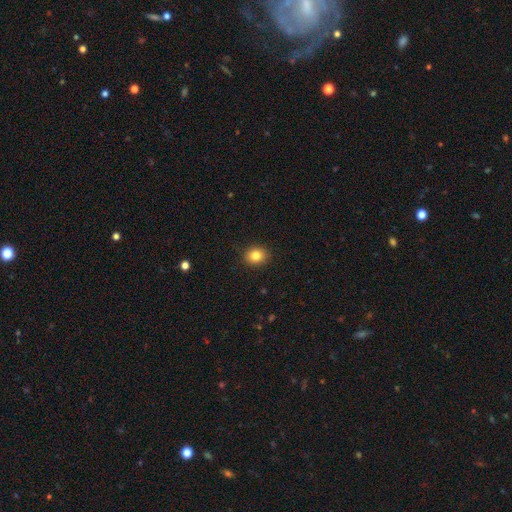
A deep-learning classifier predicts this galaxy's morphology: Smooth or featured? smooth (83%)
How rounded? round (65%)
Merging? none (89%)